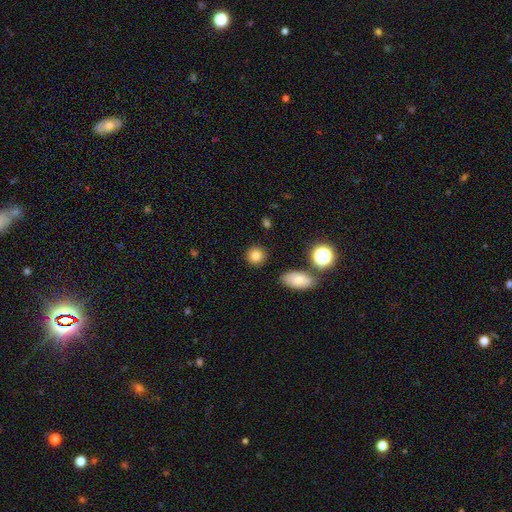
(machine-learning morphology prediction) This appears to be a smooth galaxy with no disk features (83%) that is round (87%). Merging: none (86%).